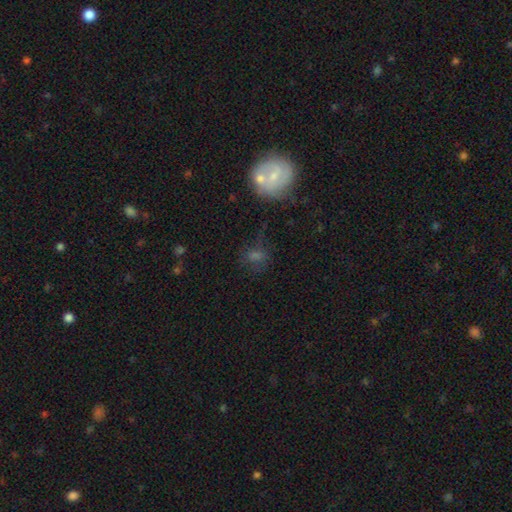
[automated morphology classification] The model was most divided on "smooth or featured": smooth: 47%, featured or disk: 31%, star or artifact: 22%. More confident: merging — none (62%).